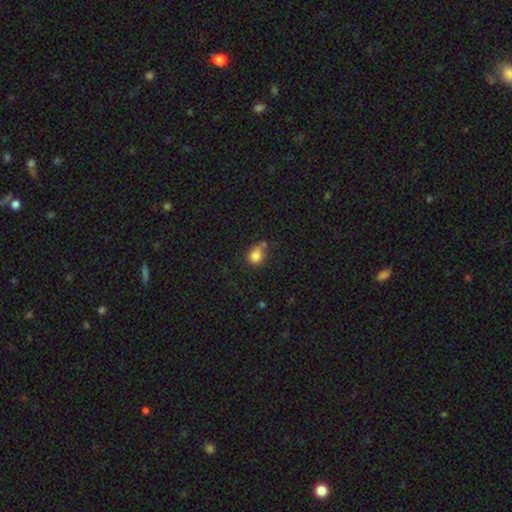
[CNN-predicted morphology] Smooth or featured? Predicted: smooth (p=0.82). How rounded? Predicted: round (p=0.68). Merging? Predicted: none (p=0.54).